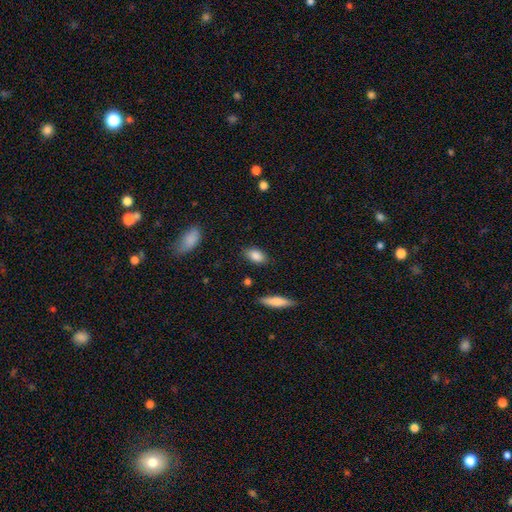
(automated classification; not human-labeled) Smooth or featured: smooth — 86% (star or artifact — 7%)
How rounded: in between — 88% (round — 8%)
Merging: none — 85% (minor disturbance — 11%)